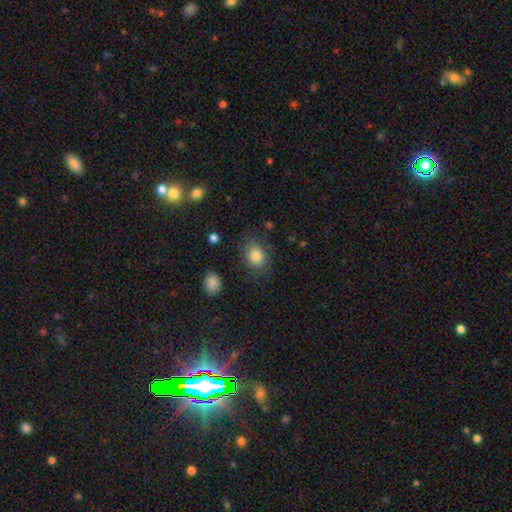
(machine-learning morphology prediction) A smooth galaxy with no disk features (81%) that is in between round and cigar-shaped (52%).

Vote fractions:
- Smooth or featured? smooth: 81% / featured or disk: 10% / star or artifact: 9%
- How rounded? in between: 52% / round: 47% / cigar-shaped: 1%
- Merging? none: 75% / minor disturbance: 17% / major disturbance: 7% / merger: 2%